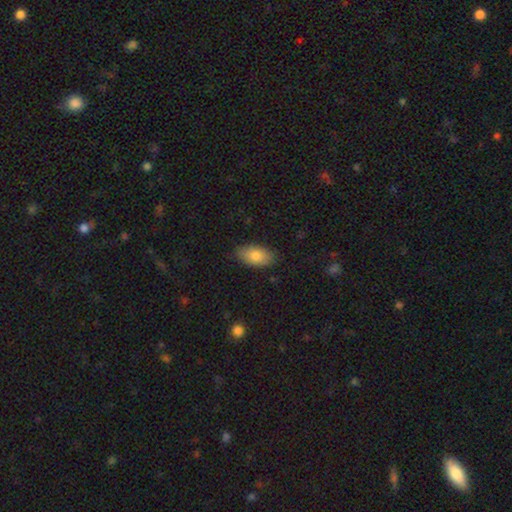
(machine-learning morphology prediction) smooth_or_featured: smooth (p=0.82) [alt: featured or disk p=0.11]
how_rounded: in between (p=0.93) [alt: round p=0.04]
merging: none (p=0.82) [alt: minor disturbance p=0.14]